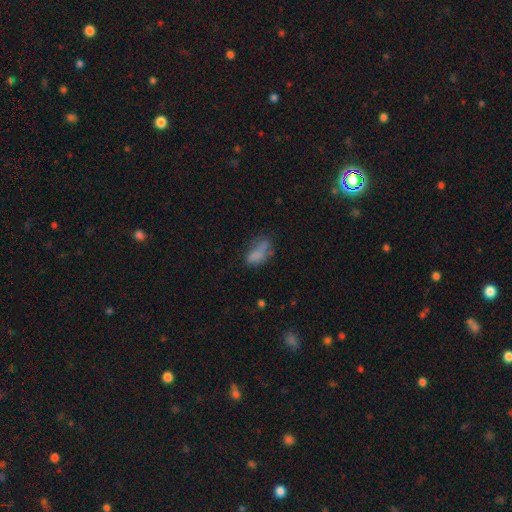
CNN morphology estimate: A smooth galaxy with no disk features (68%) that is in between round and cigar-shaped (84%). Merging: none (35%).